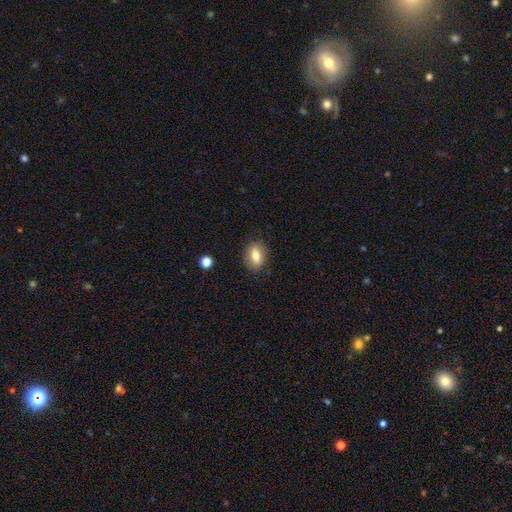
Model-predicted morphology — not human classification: A smooth galaxy with no disk features (76%) that is in between round and cigar-shaped (73%).

Vote fractions:
- Smooth or featured? smooth: 76% / featured or disk: 15% / star or artifact: 9%
- How rounded? in between: 73% / round: 25% / cigar-shaped: 2%
- Merging? none: 86% / minor disturbance: 10% / major disturbance: 3% / merger: 1%